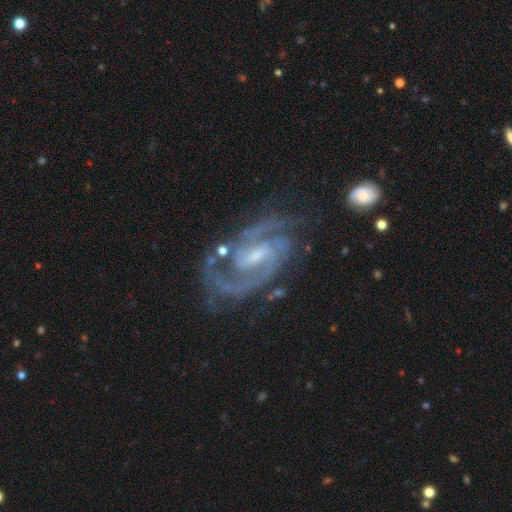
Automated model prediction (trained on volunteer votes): A featured or disk galaxy (93%) with a weak bar (55%), 2 (76%) medium (50%) spiral arms (99%) and a small central bulge (56%). Merging: none (69%).